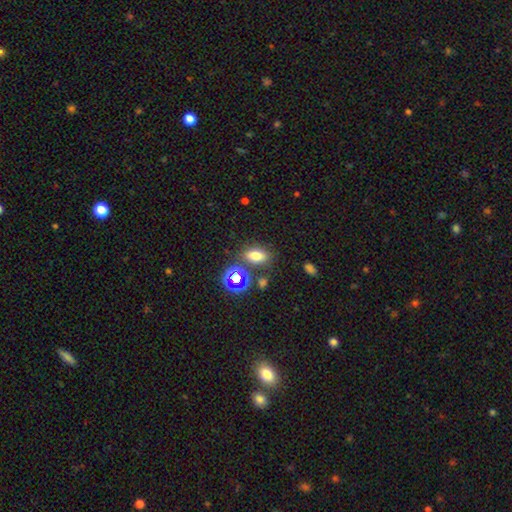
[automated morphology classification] smooth 69%, star or artifact 22%, featured or disk 9%. Down the decision tree: how rounded — in between (78%); merging — none (74%).